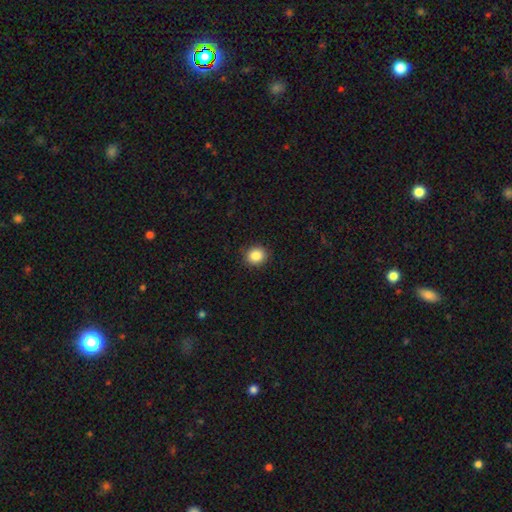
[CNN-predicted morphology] Overall: smooth (86%). How rounded: round (84%). Merging: none (91%).